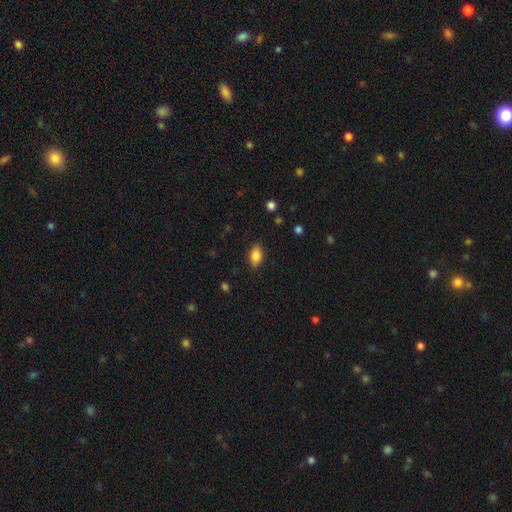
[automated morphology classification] Smooth or featured?
  - smooth: 85% *
  - star or artifact: 8%
  - featured or disk: 7%
How rounded?
  - in between: 89% *
  - round: 8%
  - cigar-shaped: 3%
Merging?
  - none: 86% *
  - minor disturbance: 10%
  - major disturbance: 3%
  - merger: 1%